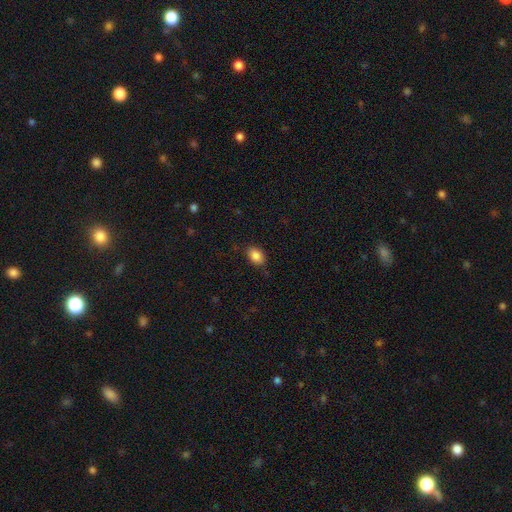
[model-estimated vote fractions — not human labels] Q: Smooth or featured?
A: smooth (86%); runner-up: star or artifact (8%)
Q: How rounded?
A: in between (84%); runner-up: round (15%)
Q: Merging?
A: none (81%); runner-up: minor disturbance (14%)